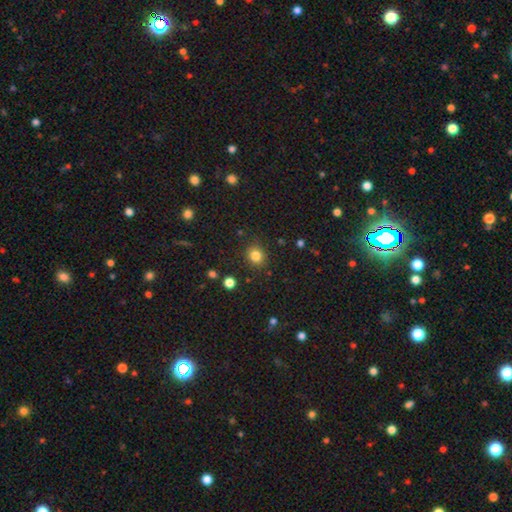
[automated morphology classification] This is clearly a smooth galaxy (82%). How rounded: clearly round (82%). Merging: clearly none (87%).